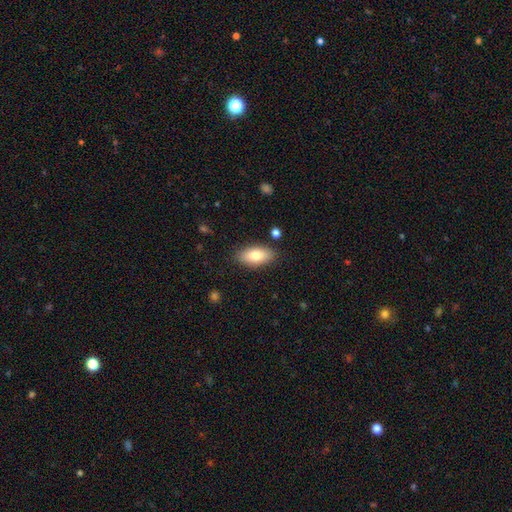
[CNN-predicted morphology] Smooth or featured? Predicted: smooth (p=0.80). How rounded? Predicted: in between (p=0.89). Merging? Predicted: none (p=0.86).